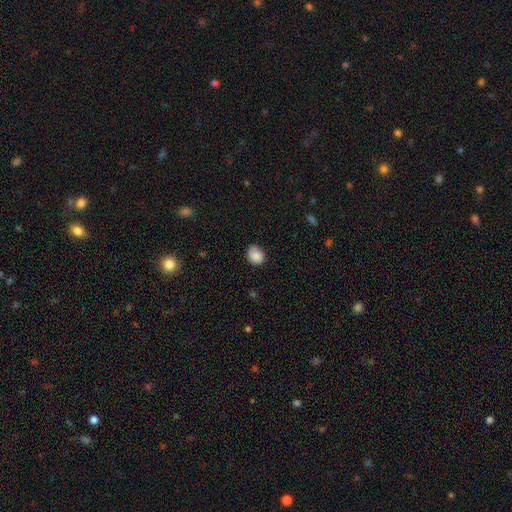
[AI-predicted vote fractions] Smooth or featured? smooth (86%)
How rounded? round (60%)
Merging? none (72%)